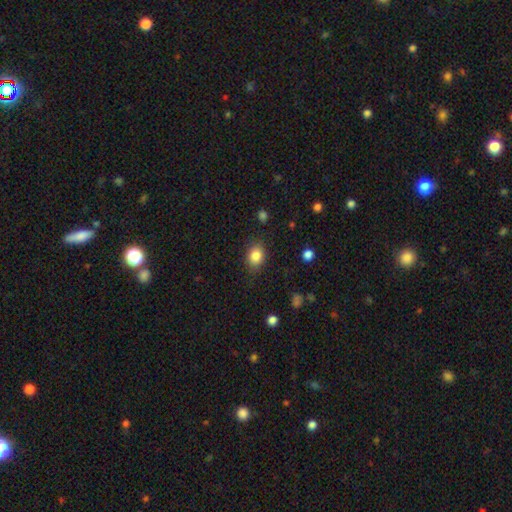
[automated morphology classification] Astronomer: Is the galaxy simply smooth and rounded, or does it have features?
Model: smooth — 84%.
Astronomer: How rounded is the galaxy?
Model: in between — 59% (runner-up: round, 40%).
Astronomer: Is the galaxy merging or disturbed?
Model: none — 83%.